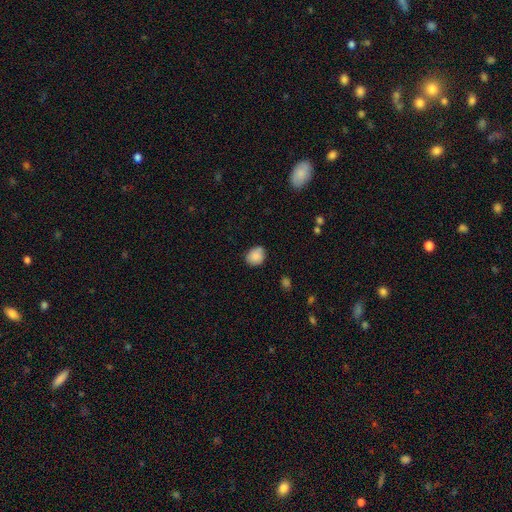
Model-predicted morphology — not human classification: smooth-or-featured: smooth: 86% | star or artifact: 8% | featured or disk: 5%
  how-rounded: round: 66% | in between: 33% | cigar-shaped: 1%
  merging: none: 74% | minor disturbance: 20% | major disturbance: 4% | merger: 2%